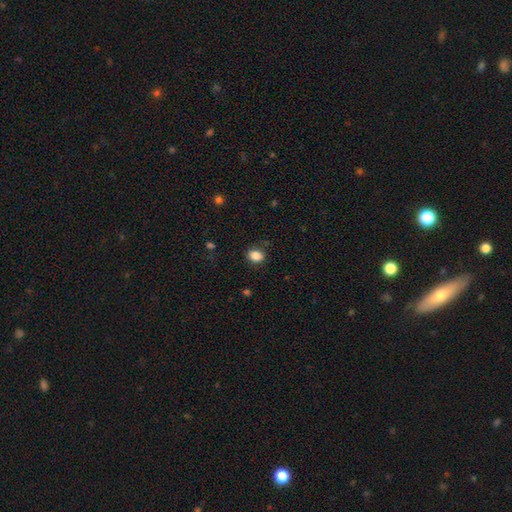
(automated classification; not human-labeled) A smooth galaxy with no disk features (85%) that is in between round and cigar-shaped (52%). Merging: none (81%).